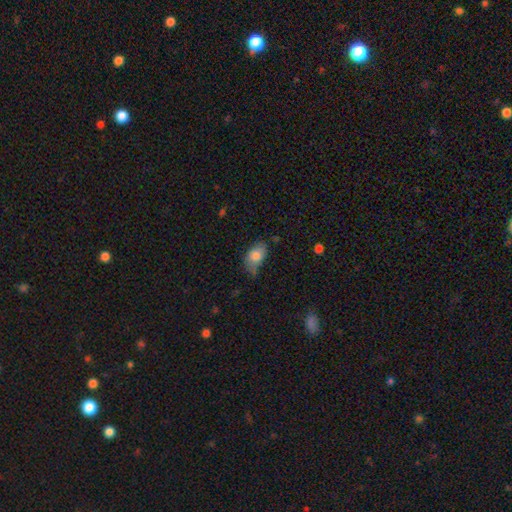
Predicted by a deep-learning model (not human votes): Q: Smooth or featured?
A: smooth (80%); runner-up: featured or disk (12%)
Q: How rounded?
A: in between (89%); runner-up: round (9%)
Q: Merging?
A: none (55%); runner-up: minor disturbance (34%)